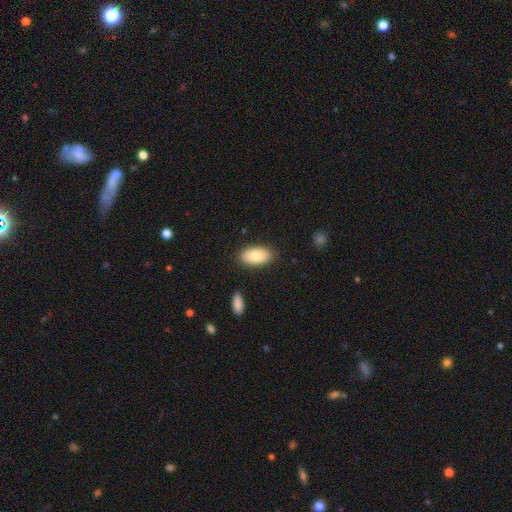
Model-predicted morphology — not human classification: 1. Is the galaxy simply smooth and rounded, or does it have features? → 81% smooth, 13% featured or disk, 6% star or artifact.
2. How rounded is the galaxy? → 94% in between, 3% round, 2% cigar-shaped.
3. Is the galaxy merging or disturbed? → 85% none, 11% minor disturbance, 2% major disturbance, 2% merger.